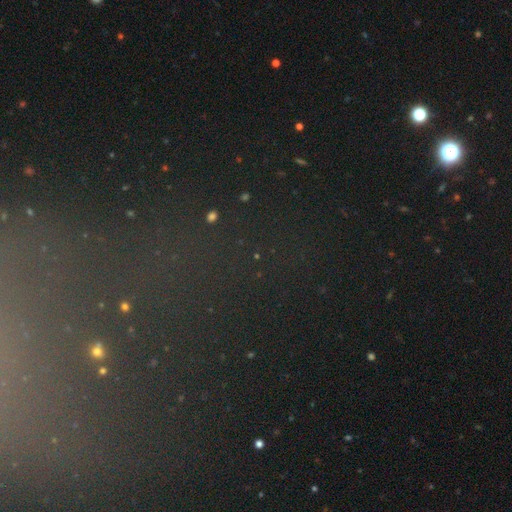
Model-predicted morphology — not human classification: Overall: star or artifact (72%).